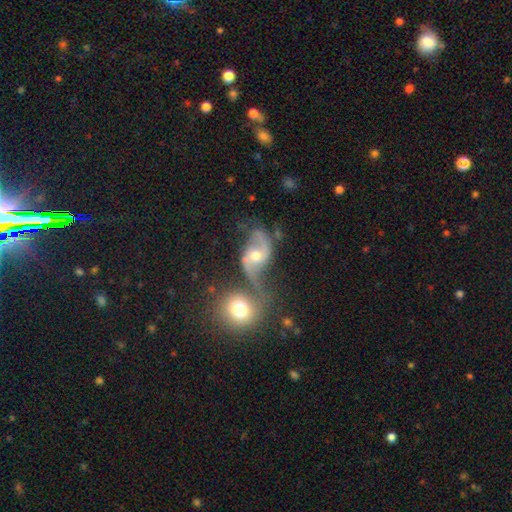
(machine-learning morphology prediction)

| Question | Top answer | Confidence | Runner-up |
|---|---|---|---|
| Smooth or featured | featured or disk | 82% | smooth (11%) |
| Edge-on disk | no | 97% | yes (3%) |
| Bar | no | 54% | weak (35%) |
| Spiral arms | yes | 94% | no (6%) |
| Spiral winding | loose | 53% | medium (37%) |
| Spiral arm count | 2 | 92% | can't tell (3%) |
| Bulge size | moderate | 70% | small (22%) |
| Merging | none | 47% | merger (23%) |